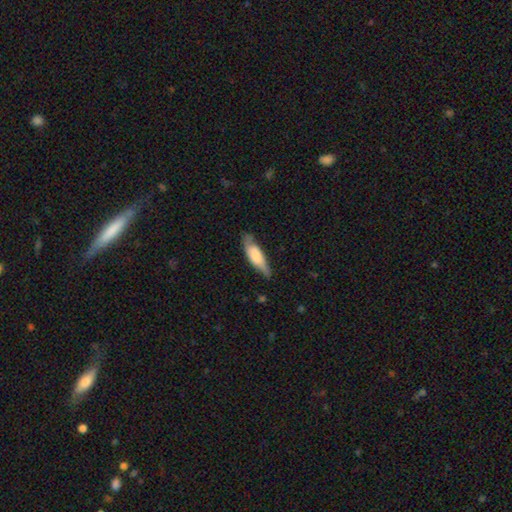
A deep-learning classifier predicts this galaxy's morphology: smooth_or_featured: smooth (p=0.65) [alt: featured or disk p=0.29]
how_rounded: cigar-shaped (p=0.49) [tied with: in between p=0.49]
merging: none (p=0.61) [alt: minor disturbance p=0.30]